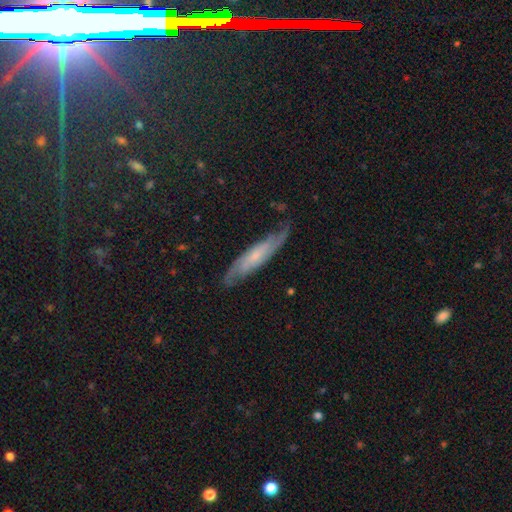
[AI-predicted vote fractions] Q: Smooth or featured?
A: featured or disk (67%); runner-up: smooth (25%)
Q: Edge-on disk?
A: no (66%); runner-up: yes (34%)
Q: Merging?
A: none (75%); runner-up: minor disturbance (18%)